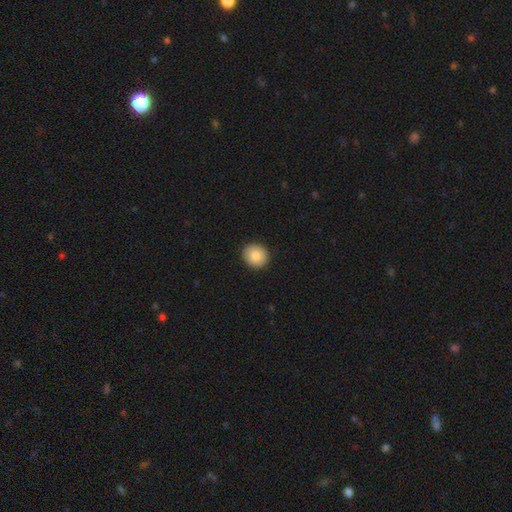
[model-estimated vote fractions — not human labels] The model was most divided on "how rounded": round: 87%, in between: 12%, cigar-shaped: 1%. More confident: merging — none (92%); smooth or featured — smooth (85%).